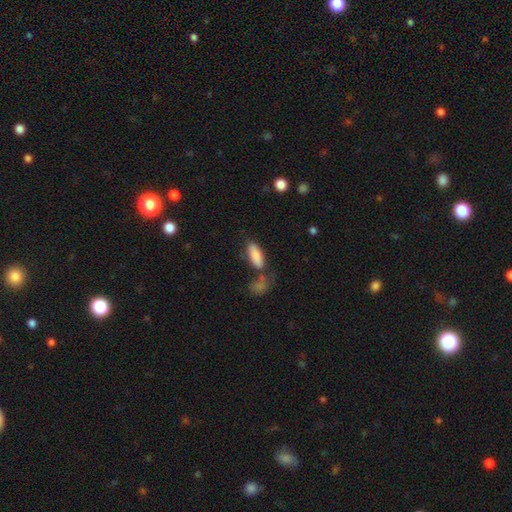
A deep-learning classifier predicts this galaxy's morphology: Smooth or featured: smooth — 84% (featured or disk — 9%)
How rounded: in between — 76% (cigar-shaped — 22%)
Merging: none — 61% (minor disturbance — 17%)